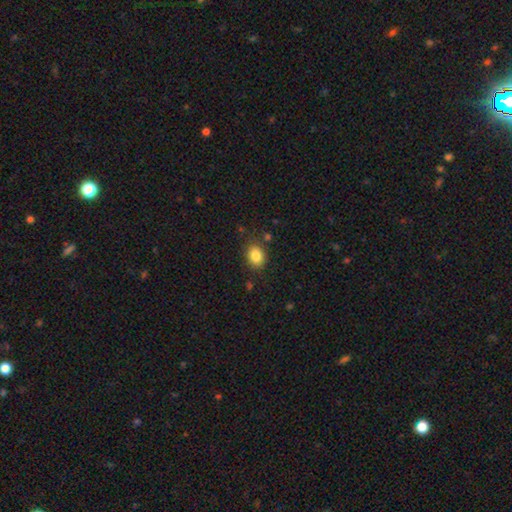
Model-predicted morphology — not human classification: Smooth or featured?
  - smooth: 85% *
  - star or artifact: 9%
  - featured or disk: 6%
How rounded?
  - in between: 58% *
  - round: 41%
  - cigar-shaped: 1%
Merging?
  - none: 82% *
  - minor disturbance: 11%
  - major disturbance: 3%
  - merger: 3%